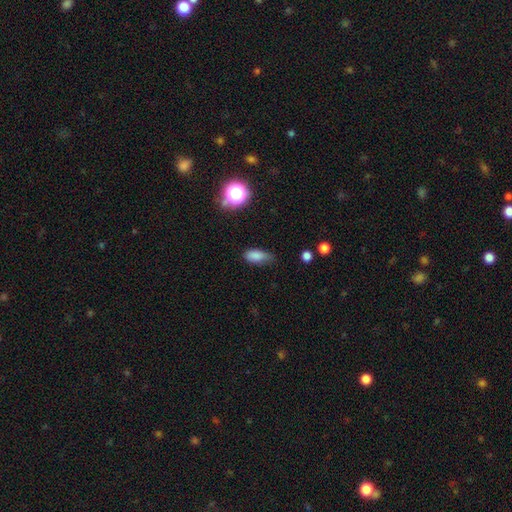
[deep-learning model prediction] Smooth or featured?
  - smooth: 82% *
  - star or artifact: 11%
  - featured or disk: 7%
How rounded?
  - in between: 82% *
  - cigar-shaped: 12%
  - round: 6%
Merging?
  - none: 55% *
  - minor disturbance: 35%
  - major disturbance: 8%
  - merger: 2%